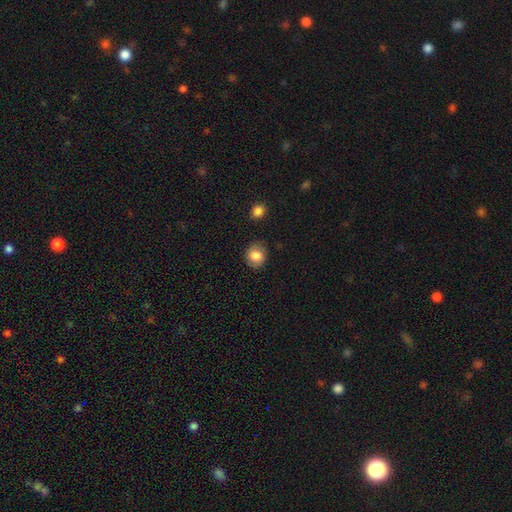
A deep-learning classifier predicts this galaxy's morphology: Smooth or featured? smooth (81%)
How rounded? round (71%)
Merging? none (79%)